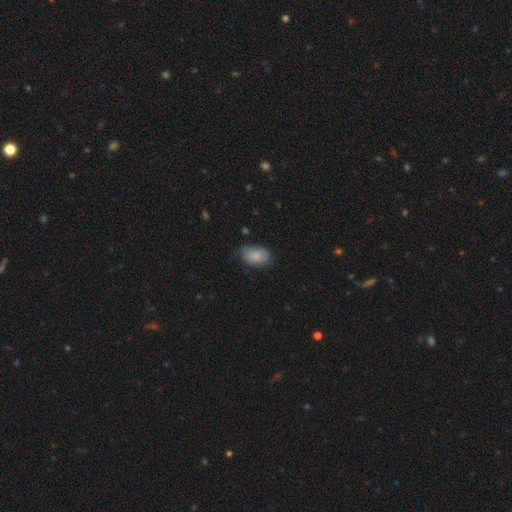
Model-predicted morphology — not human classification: Smooth or featured? smooth (86%)
How rounded? in between (89%)
Merging? none (73%)